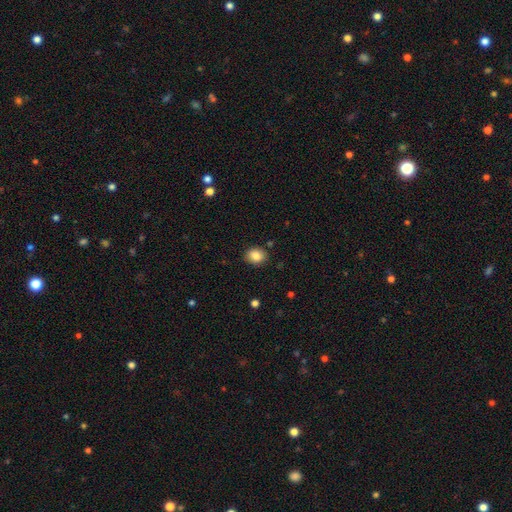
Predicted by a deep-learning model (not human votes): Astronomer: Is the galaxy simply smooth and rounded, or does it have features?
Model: smooth — 85%.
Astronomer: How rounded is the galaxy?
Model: round — 54% (runner-up: in between, 46%).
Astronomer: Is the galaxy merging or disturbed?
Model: none — 87%.